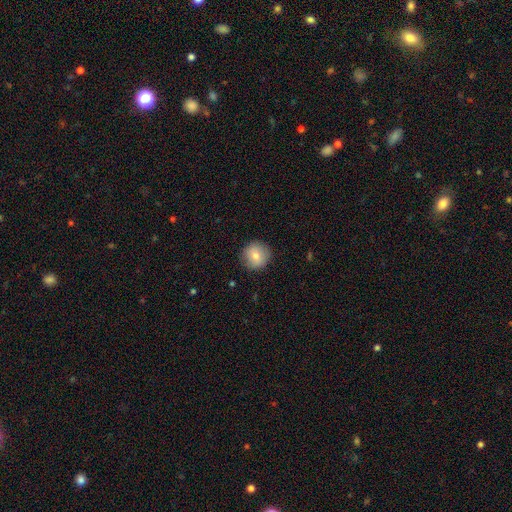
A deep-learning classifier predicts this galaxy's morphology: type=smooth (76%); roundness=round (93%); merging=none (87%).